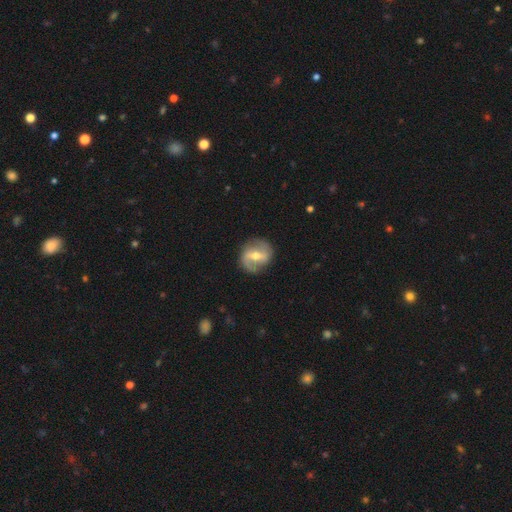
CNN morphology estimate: Smooth or featured? featured or disk (78%)
Edge-on disk? no (96%)
Bar? weak (45%)
Spiral arms? yes (87%)
Spiral winding? loose (43%)
Spiral arm count? 2 (87%)
Bulge size? moderate (67%)
Merging? none (83%)